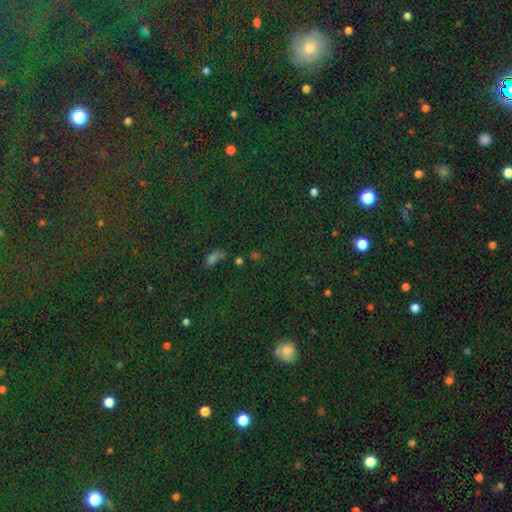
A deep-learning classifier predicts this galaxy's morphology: Smooth or featured? Predicted: star or artifact (p=0.52).